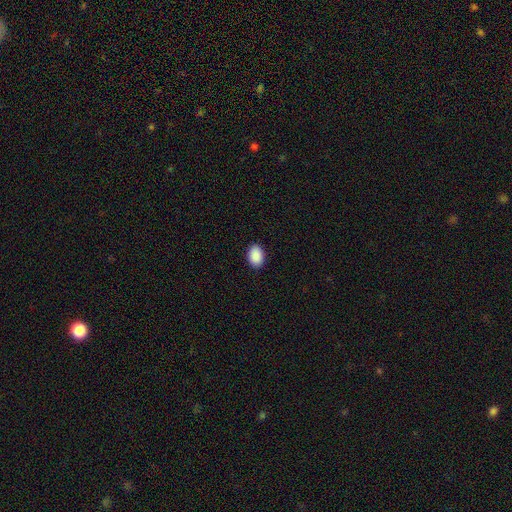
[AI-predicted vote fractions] smooth 91%, star or artifact 7%, featured or disk 2%. Down the decision tree: how rounded — in between (85%); merging — none (90%).